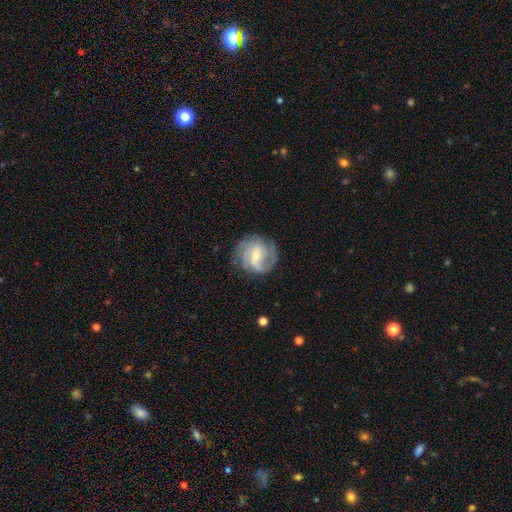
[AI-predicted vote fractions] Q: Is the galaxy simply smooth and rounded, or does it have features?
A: featured or disk — 82%.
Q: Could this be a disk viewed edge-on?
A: no — 98%.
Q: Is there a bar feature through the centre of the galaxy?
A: weak — 56%.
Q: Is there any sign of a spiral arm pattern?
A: yes — 95%.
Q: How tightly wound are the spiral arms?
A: tight — 44%.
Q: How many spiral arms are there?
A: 2 — 38%.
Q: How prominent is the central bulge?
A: small — 50%.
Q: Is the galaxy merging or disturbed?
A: none — 76%.